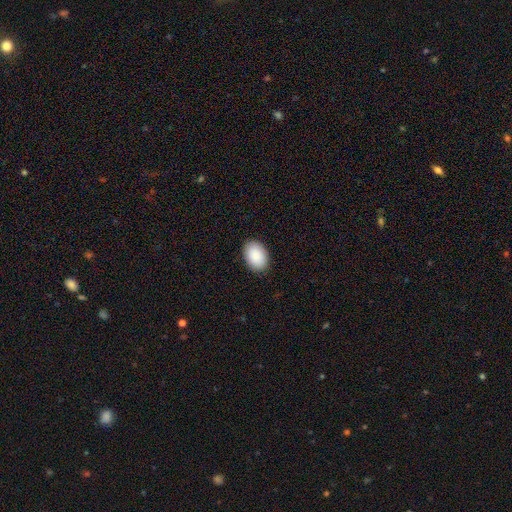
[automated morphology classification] Smooth or featured? smooth (91%)
How rounded? in between (86%)
Merging? none (89%)